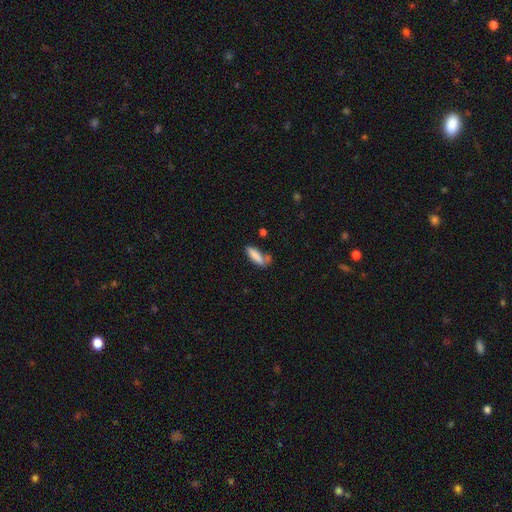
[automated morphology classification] A smooth galaxy with no disk features (83%) that is cigar-shaped (54%).

Vote fractions:
- Smooth or featured? smooth: 83% / featured or disk: 9% / star or artifact: 7%
- How rounded? cigar-shaped: 54% / in between: 44% / round: 2%
- Merging? none: 56% / minor disturbance: 21% / merger: 16% / major disturbance: 7%